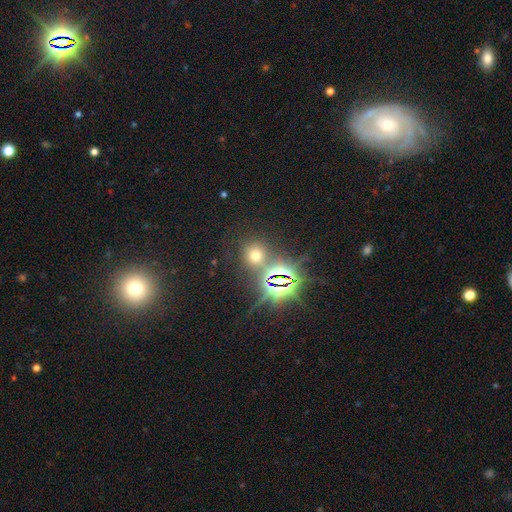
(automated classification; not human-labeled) This appears to be a smooth galaxy with no disk features (50%) that is round (85%). Merging: none (74%).